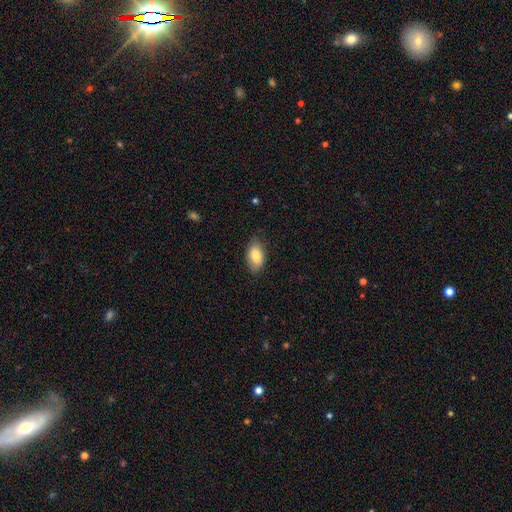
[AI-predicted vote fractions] Q: Smooth or featured?
A: smooth (83%); runner-up: featured or disk (11%)
Q: How rounded?
A: in between (93%); runner-up: round (5%)
Q: Merging?
A: none (79%); runner-up: minor disturbance (17%)